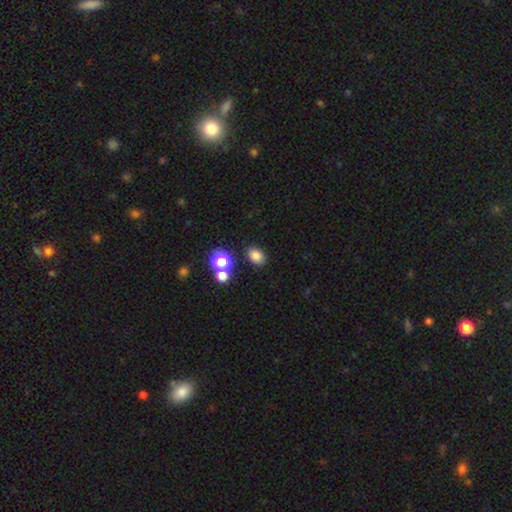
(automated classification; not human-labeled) The model was most divided on "how rounded": in between: 67%, round: 32%, cigar-shaped: 1%. More confident: merging — none (83%); smooth or featured — smooth (81%).